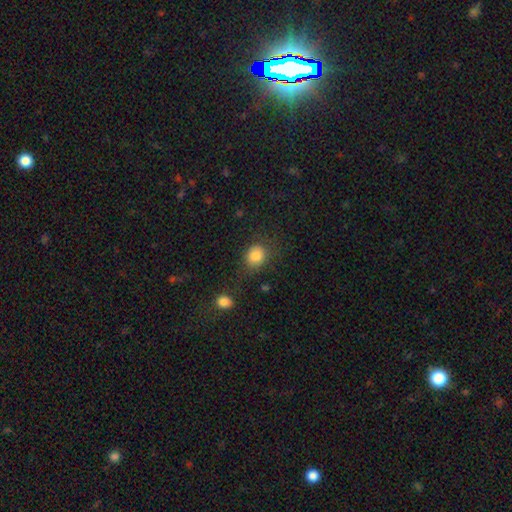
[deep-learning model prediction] Smooth or featured? smooth (84%)
How rounded? round (70%)
Merging? none (73%)